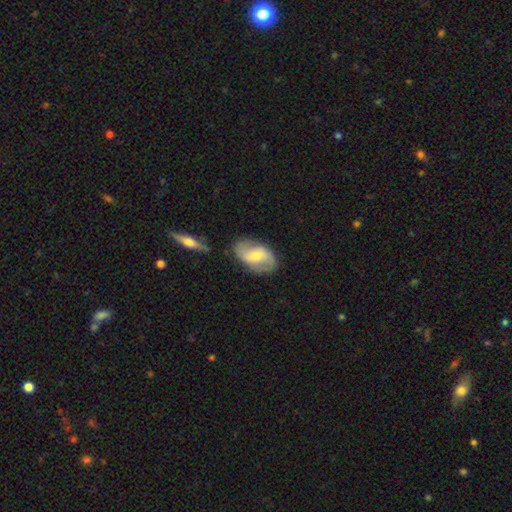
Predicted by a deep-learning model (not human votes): The model was most divided on "spiral winding": loose: 42%, medium: 41%, tight: 17%. Remaining: edge-on disk — no (95%); spiral arm count — 2 (86%); spiral arms — yes (84%); merging — none (74%); smooth or featured — featured or disk (63%); bulge size — moderate (49%); bar — weak (46%).